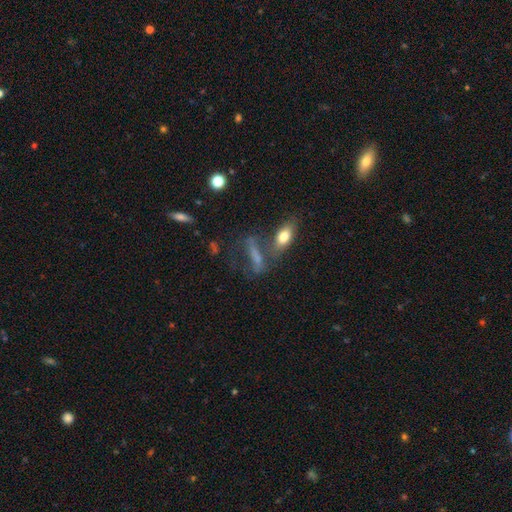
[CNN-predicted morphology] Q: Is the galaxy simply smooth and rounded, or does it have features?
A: smooth — 44%.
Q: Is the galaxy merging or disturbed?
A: none — 45%.